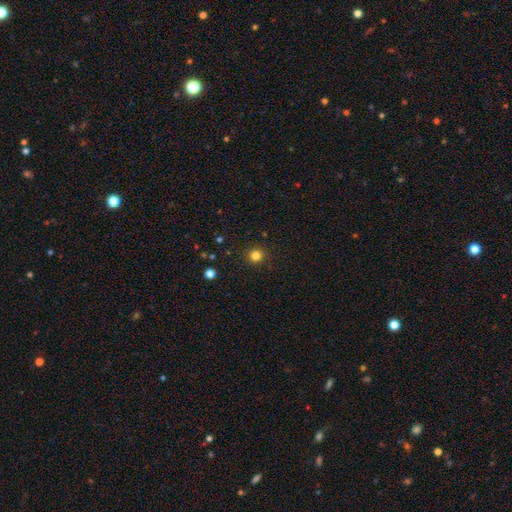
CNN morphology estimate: Smooth or featured: smooth — 81% (star or artifact — 14%)
How rounded: round — 93% (in between — 6%)
Merging: none — 92% (minor disturbance — 5%)